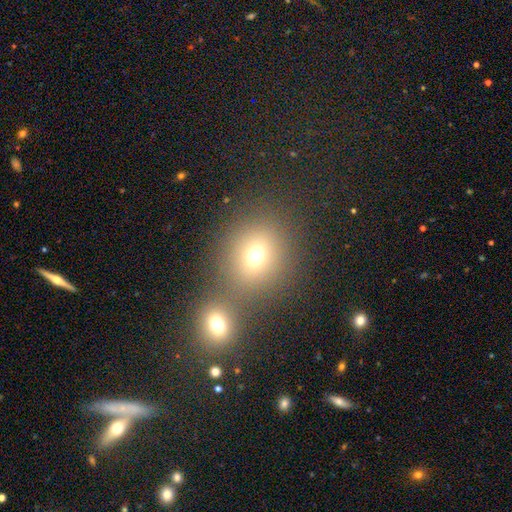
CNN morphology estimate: Q: Smooth or featured?
A: smooth (72%); runner-up: star or artifact (16%)
Q: How rounded?
A: round (71%); runner-up: in between (28%)
Q: Merging?
A: none (56%); runner-up: merger (32%)